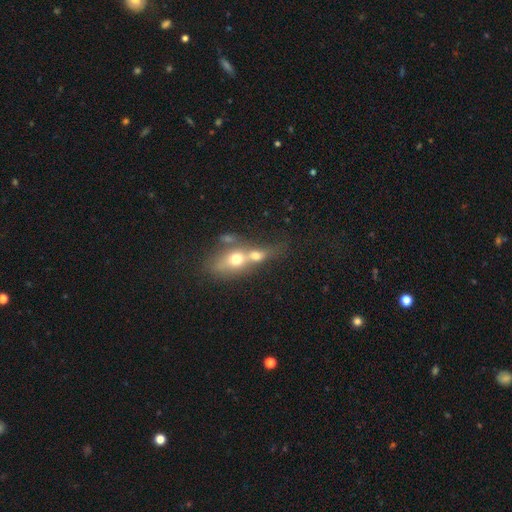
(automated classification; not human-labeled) This appears to be a smooth galaxy with no disk features (60%) that is in between round and cigar-shaped (54%). Merging: merger (74%).